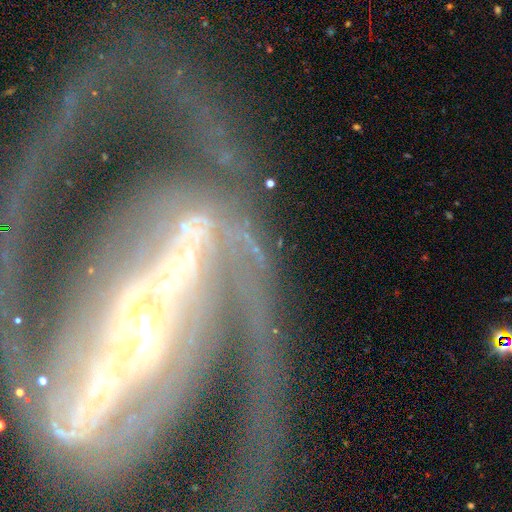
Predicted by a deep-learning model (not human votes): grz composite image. It shows a featured or disk galaxy (77%) with a strong bar (43%), 2 (40%) tight (42%) spiral arms (82%) and a moderate central bulge (38%). Merging: none (54%).